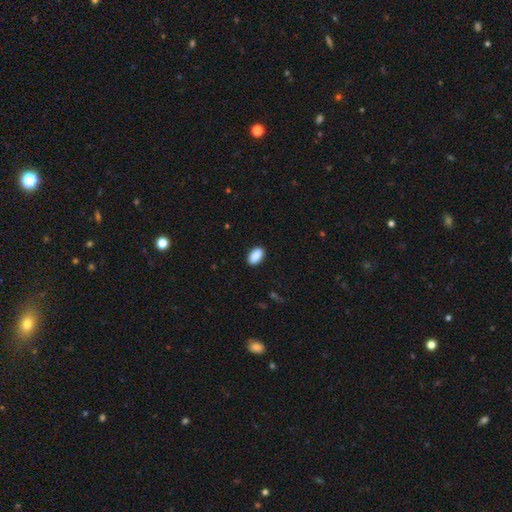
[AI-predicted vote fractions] Morphology: type=smooth (90%); roundness=in between (93%); merging=none (89%).